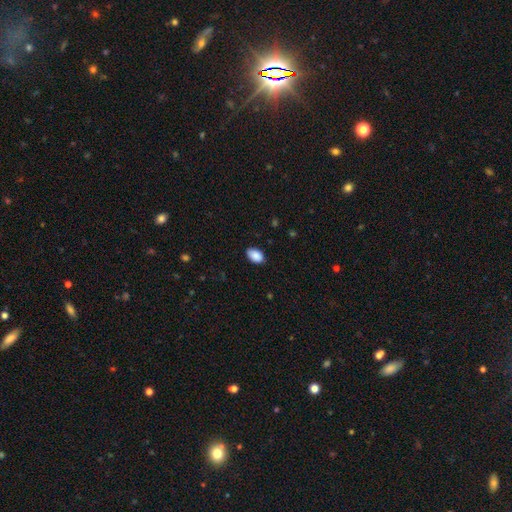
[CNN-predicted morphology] This appears to be a smooth galaxy with no disk features (89%) that is in between round and cigar-shaped (91%). Merging: none (85%).